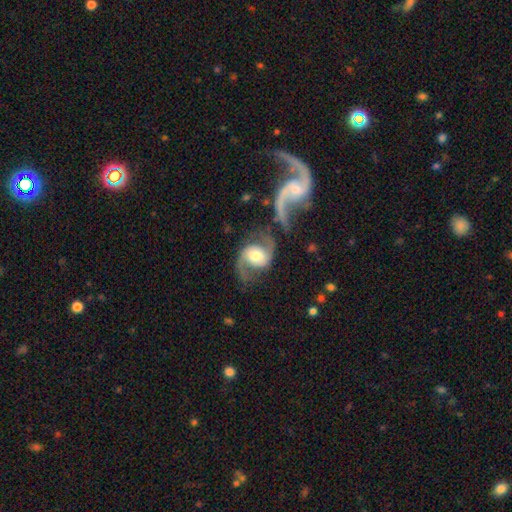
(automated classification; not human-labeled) A featured or disk galaxy (89%) with no bar (50%), 2 (93%) loose (49%) spiral arms (97%) and a moderate central bulge (57%).

Vote fractions:
- Smooth or featured? featured or disk: 89% / smooth: 7% / star or artifact: 5%
- Edge-on disk? no: 98% / yes: 2%
- Bar? no: 50% / weak: 37% / strong: 12%
- Spiral arms? yes: 97% / no: 3%
- Spiral winding? loose: 49% / medium: 42% / tight: 9%
- Spiral arm count? 2: 93% / 1: 2% / can't tell: 2% / 3: 1% / 4: 1% / more than 4: 1%
- Bulge size? moderate: 57% / large: 24% / small: 13% / dominant: 3% / none: 2%
- Merging? none: 64% / minor disturbance: 15% / major disturbance: 12% / merger: 8%